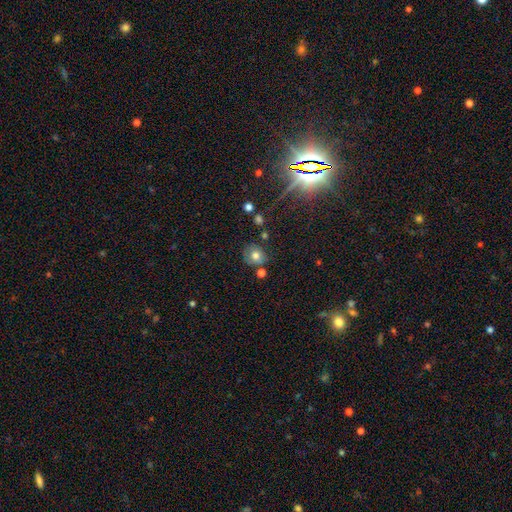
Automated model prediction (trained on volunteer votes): This appears to be a smooth galaxy with no disk features (73%) that is round (79%). Merging: none (71%).